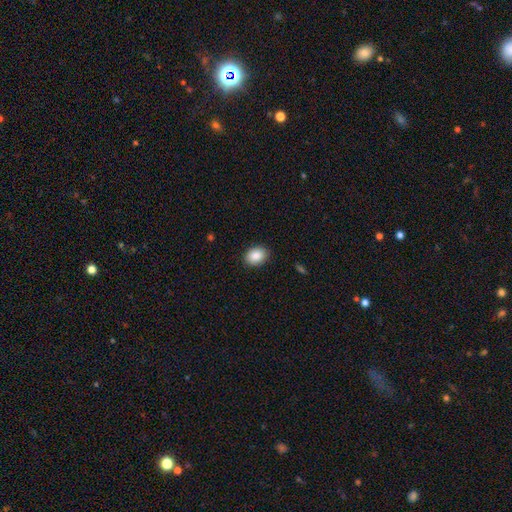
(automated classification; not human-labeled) Morphology: type=smooth (88%); roundness=in between (69%); merging=none (90%).